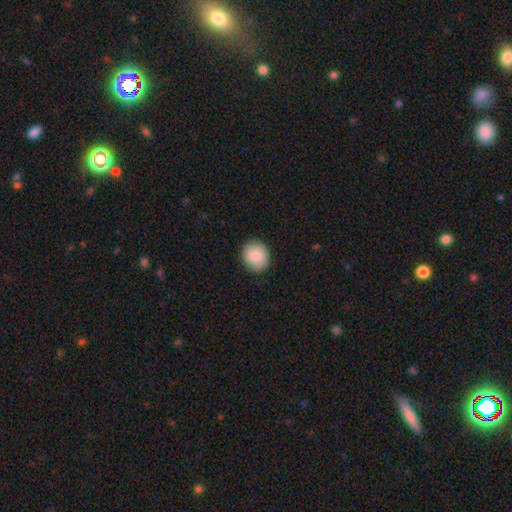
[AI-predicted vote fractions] Q: Smooth or featured?
A: smooth (87%); runner-up: star or artifact (7%)
Q: How rounded?
A: round (78%); runner-up: in between (21%)
Q: Merging?
A: none (89%); runner-up: minor disturbance (8%)